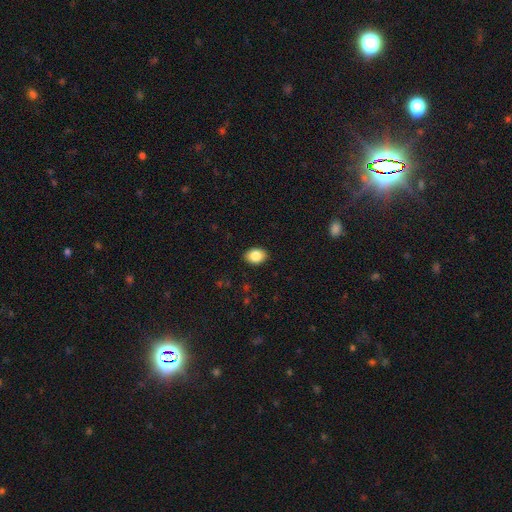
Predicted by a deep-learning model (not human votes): Smooth or featured? smooth (86%)
How rounded? in between (72%)
Merging? none (89%)